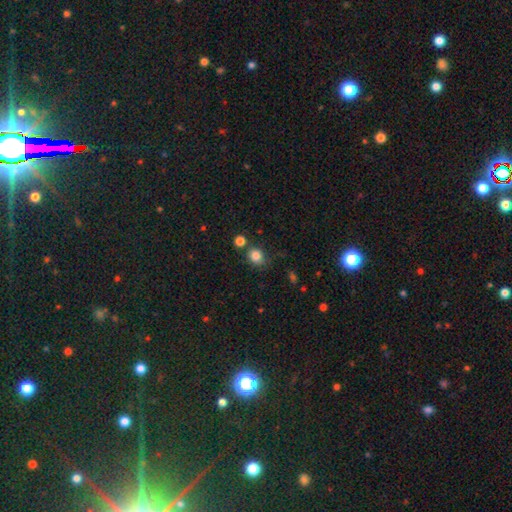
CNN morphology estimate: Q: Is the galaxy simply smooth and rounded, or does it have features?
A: smooth — 83%.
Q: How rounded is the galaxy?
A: round — 73%.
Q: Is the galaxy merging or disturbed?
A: none — 72%.